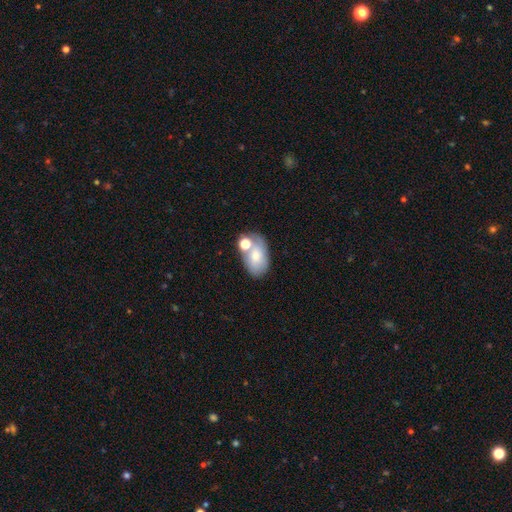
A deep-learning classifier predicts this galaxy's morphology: smooth-or-featured: smooth: 68% | featured or disk: 23% | star or artifact: 9%
  how-rounded: in between: 88% | round: 11% | cigar-shaped: 1%
  merging: none: 46% | merger: 30% | minor disturbance: 17% | major disturbance: 7%